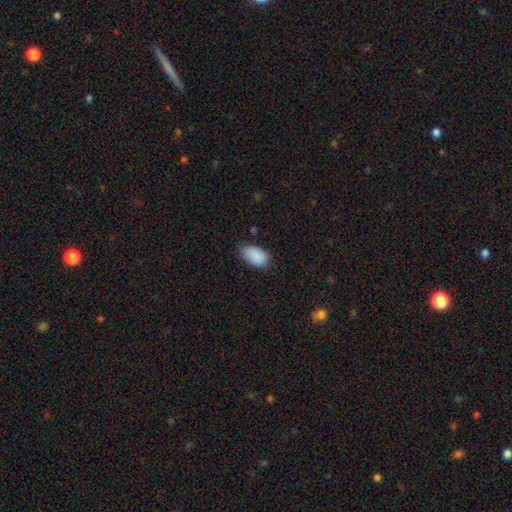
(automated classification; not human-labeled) Overall: smooth (89%). How rounded: in between (93%). Merging: none (72%).